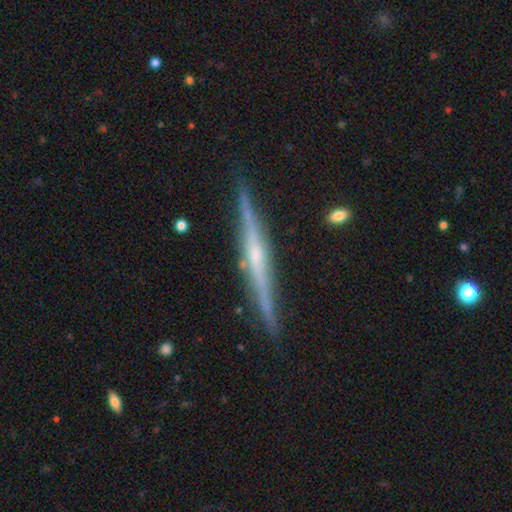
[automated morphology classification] smooth-or-featured: featured or disk: 81% | smooth: 13% | star or artifact: 6%
  disk-edge-on: yes: 98% | no: 2%
    edge-on-bulge: rounded: 58% | none: 30% | boxy: 11%
  merging: none: 90% | minor disturbance: 7% | major disturbance: 1% | merger: 1%